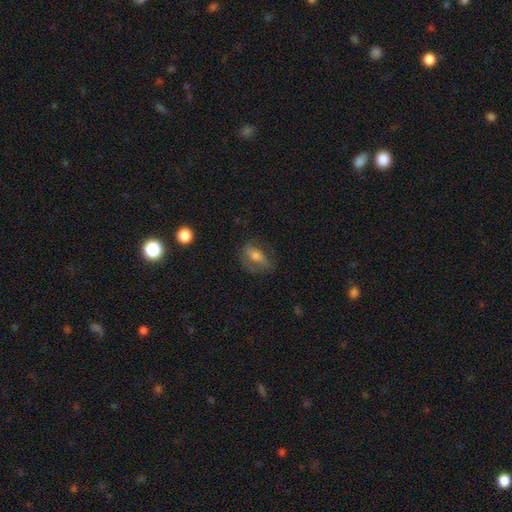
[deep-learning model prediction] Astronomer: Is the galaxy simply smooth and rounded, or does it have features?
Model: smooth — 48% (runner-up: featured or disk, 42%).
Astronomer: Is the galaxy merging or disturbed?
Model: none — 64%.